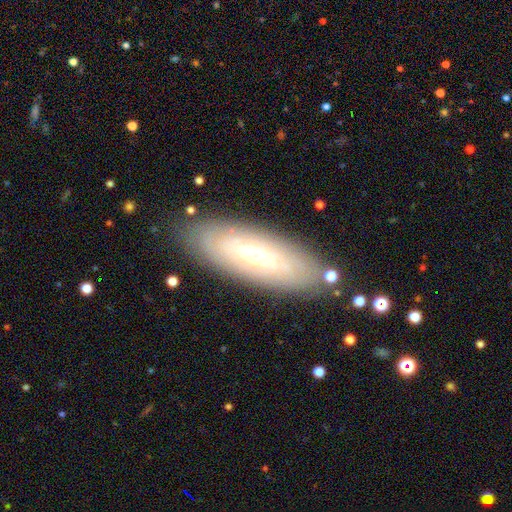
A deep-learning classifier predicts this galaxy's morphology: Smooth or featured: featured or disk — 56% (smooth — 37%)
Edge-on disk: no — 69% (yes — 31%)
Merging: none — 84% (minor disturbance — 11%)